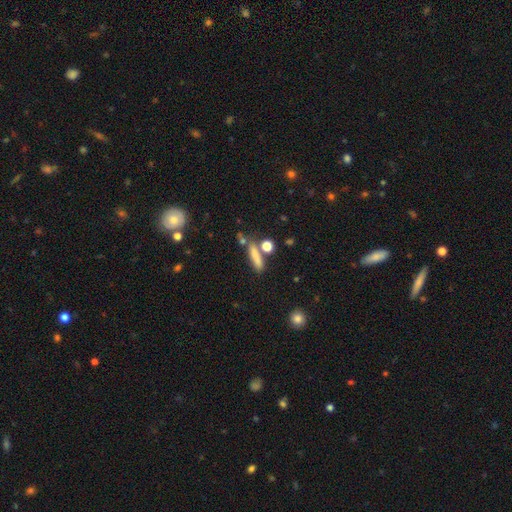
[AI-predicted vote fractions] smooth 77%, featured or disk 12%, star or artifact 11%. Down the decision tree: how rounded — cigar-shaped (69%); merging — none (66%).